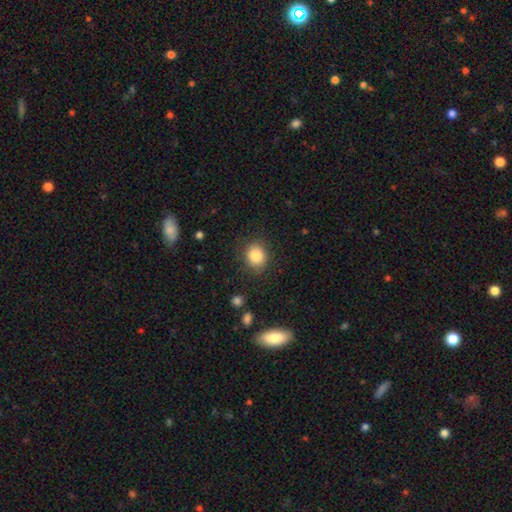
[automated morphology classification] Q: Smooth or featured?
A: smooth (85%); runner-up: star or artifact (9%)
Q: How rounded?
A: round (69%); runner-up: in between (30%)
Q: Merging?
A: none (83%); runner-up: minor disturbance (12%)